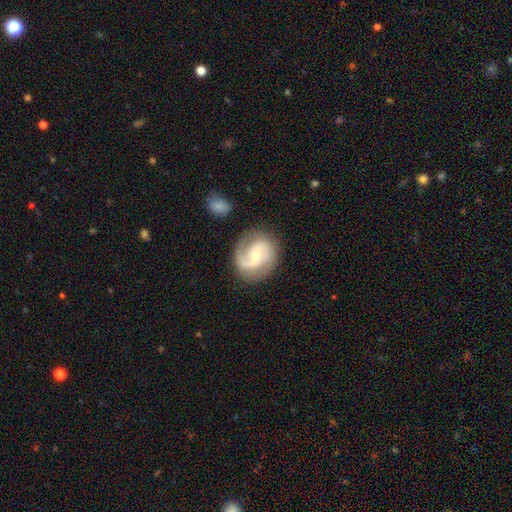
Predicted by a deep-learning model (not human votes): Q: Smooth or featured?
A: featured or disk (83%); runner-up: smooth (12%)
Q: Edge-on disk?
A: no (98%); runner-up: yes (2%)
Q: Bar?
A: weak (43%); tied with: no (43%)
Q: Spiral arms?
A: yes (95%); runner-up: no (5%)
Q: Spiral winding?
A: medium (50%); runner-up: tight (29%)
Q: Spiral arm count?
A: 2 (78%); runner-up: 1 (12%)
Q: Bulge size?
A: small (49%); runner-up: moderate (47%)
Q: Merging?
A: none (76%); runner-up: minor disturbance (15%)